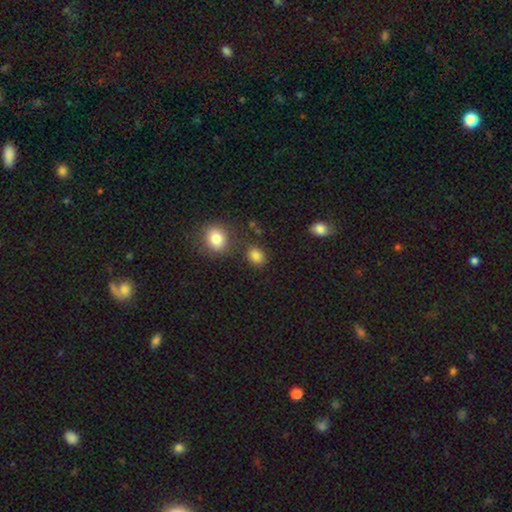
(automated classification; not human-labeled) Smooth or featured?
  - smooth: 83% *
  - star or artifact: 12%
  - featured or disk: 5%
How rounded?
  - in between: 51% *
  - round: 47%
  - cigar-shaped: 1%
Merging?
  - none: 76% *
  - minor disturbance: 12%
  - merger: 8%
  - major disturbance: 4%